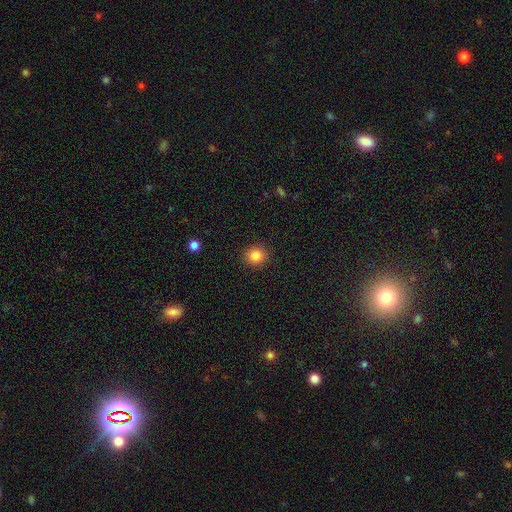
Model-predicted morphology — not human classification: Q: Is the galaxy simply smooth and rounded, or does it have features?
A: smooth — 84%.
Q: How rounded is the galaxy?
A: round — 87%.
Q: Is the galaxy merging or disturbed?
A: none — 90%.